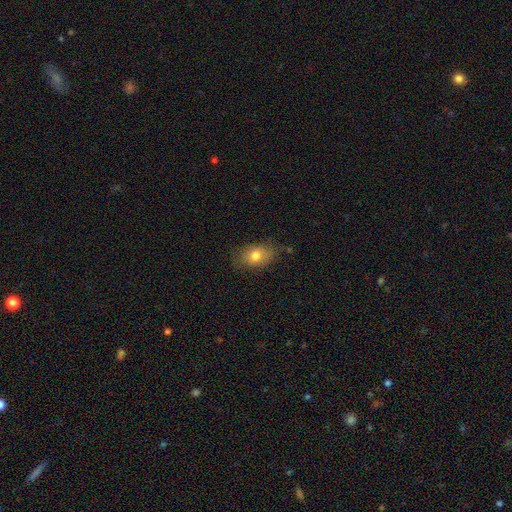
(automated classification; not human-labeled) smooth-or-featured: smooth: 76% | featured or disk: 15% | star or artifact: 9%
  how-rounded: in between: 74% | round: 25% | cigar-shaped: 1%
  merging: none: 70% | minor disturbance: 23% | major disturbance: 5% | merger: 2%